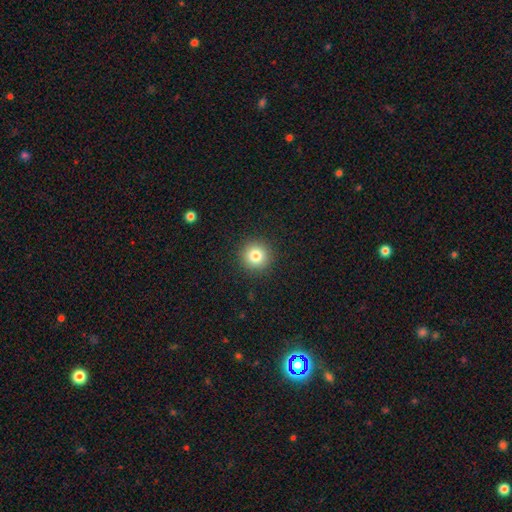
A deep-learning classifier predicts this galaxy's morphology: smooth-or-featured: smooth: 82% | star or artifact: 11% | featured or disk: 7%
  how-rounded: round: 95% | in between: 4% | cigar-shaped: 1%
  merging: none: 92% | minor disturbance: 5% | major disturbance: 2% | merger: 1%